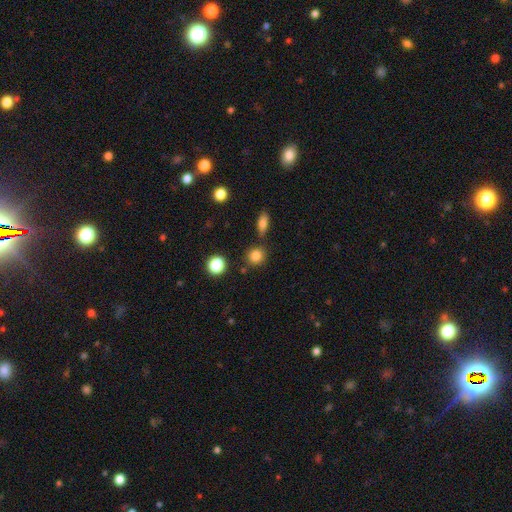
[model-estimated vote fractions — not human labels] A smooth galaxy with no disk features (83%) that is round (87%). Merging: none (79%).